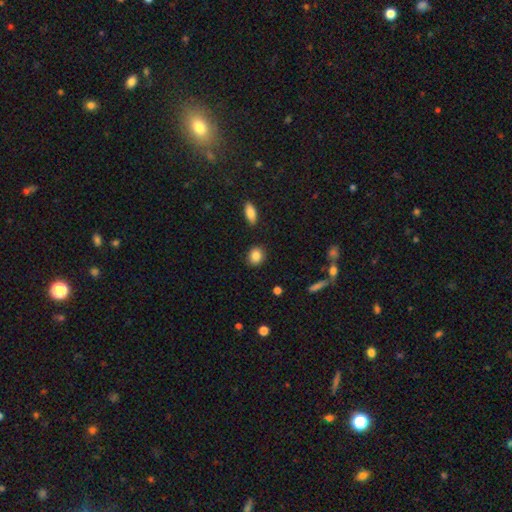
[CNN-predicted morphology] A smooth galaxy with no disk features (86%) that is round (69%). Merging: none (88%).